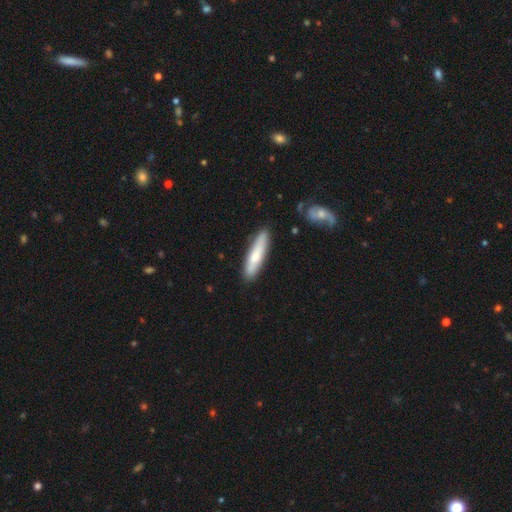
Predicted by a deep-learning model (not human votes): A smooth galaxy with no disk features (67%) that is cigar-shaped (81%). Merging: none (86%).